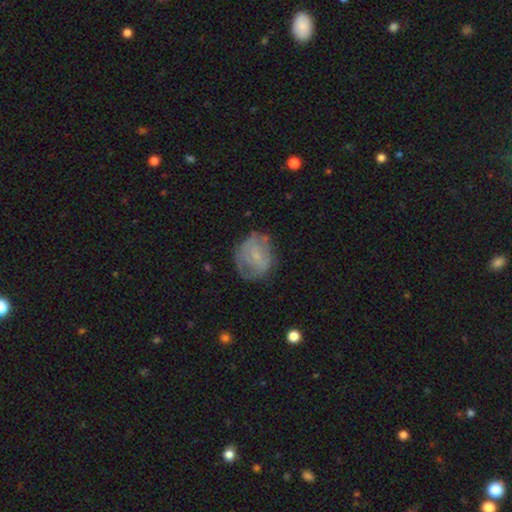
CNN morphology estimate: Smooth or featured? featured or disk (49%)
Merging? none (56%)